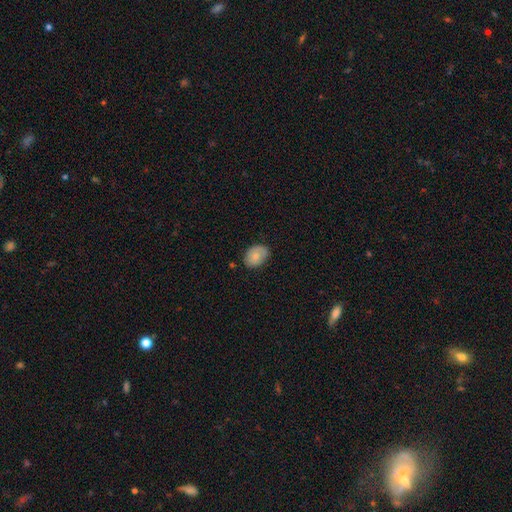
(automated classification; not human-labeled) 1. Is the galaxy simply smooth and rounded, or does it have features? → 71% smooth, 22% featured or disk, 7% star or artifact.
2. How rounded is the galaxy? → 72% in between, 27% round, 1% cigar-shaped.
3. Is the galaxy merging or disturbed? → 76% none, 19% minor disturbance, 4% major disturbance, 1% merger.